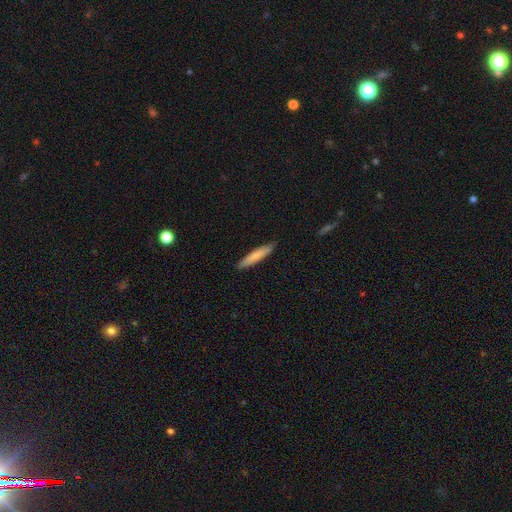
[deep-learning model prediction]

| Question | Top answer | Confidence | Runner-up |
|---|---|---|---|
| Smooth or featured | smooth | 77% | featured or disk (18%) |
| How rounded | cigar-shaped | 91% | in between (8%) |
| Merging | none | 88% | minor disturbance (9%) |